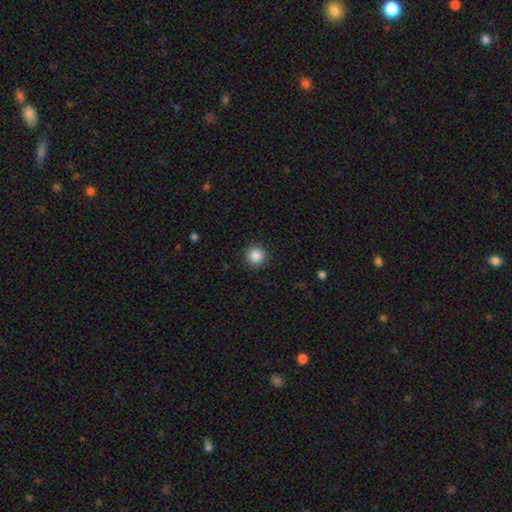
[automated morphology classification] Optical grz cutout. It shows a smooth galaxy with no disk features (87%) that is round (95%). Merging: none (92%).